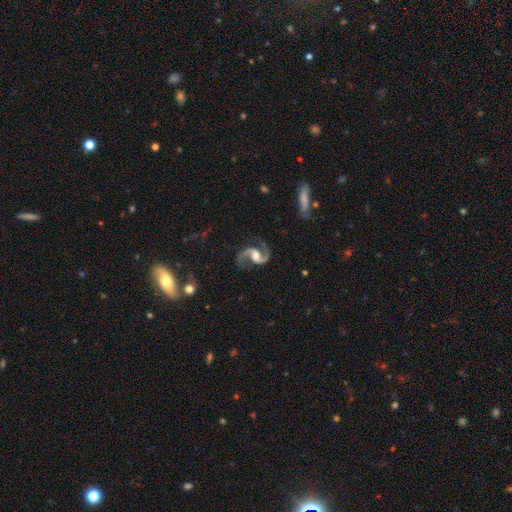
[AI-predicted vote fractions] This is clearly a featured or disk galaxy (94%). It is clearly not viewed edge-on (98%). Bar: marginally weak (45%). Spiral arm pattern: clearly yes (98%). Spiral arm count: clearly 2 (95%). Spiral winding: possibly medium (53%). Central bulge: possibly moderate (55%). Merging: clearly none (81%).